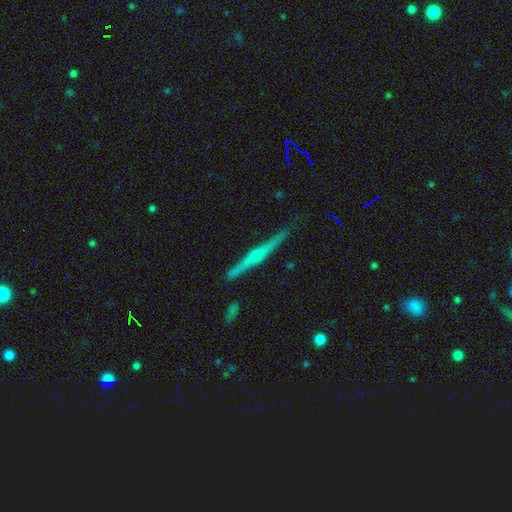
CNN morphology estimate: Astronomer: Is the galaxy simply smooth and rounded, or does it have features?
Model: featured or disk — 71%.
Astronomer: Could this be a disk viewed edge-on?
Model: yes — 98%.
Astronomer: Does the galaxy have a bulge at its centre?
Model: rounded — 60%.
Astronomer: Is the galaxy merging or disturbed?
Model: none — 88%.